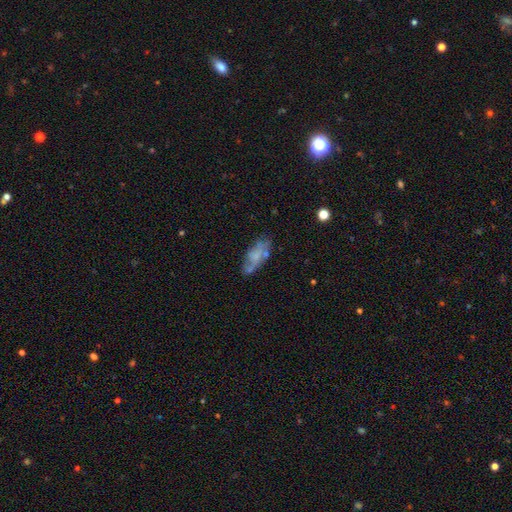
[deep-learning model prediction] A smooth galaxy with no disk features (47%).

Vote fractions:
- Smooth or featured? smooth: 47% / featured or disk: 43% / star or artifact: 10%
- Merging? none: 57% / minor disturbance: 24% / major disturbance: 11% / merger: 7%